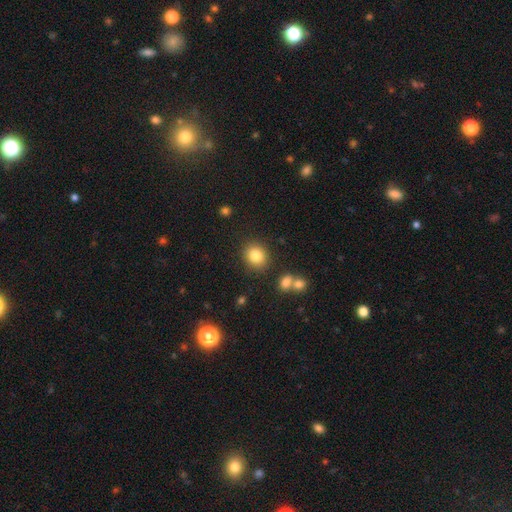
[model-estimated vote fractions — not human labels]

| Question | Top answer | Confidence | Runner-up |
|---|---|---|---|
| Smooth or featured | smooth | 83% | star or artifact (11%) |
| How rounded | round | 77% | in between (22%) |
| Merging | none | 86% | minor disturbance (8%) |